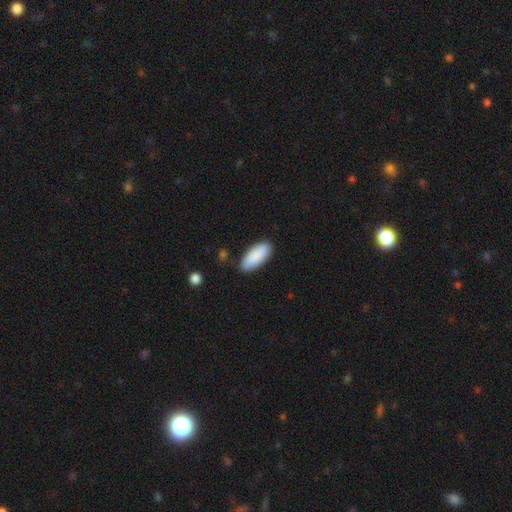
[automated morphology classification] The model was most divided on "how rounded": in between: 80%, cigar-shaped: 18%, round: 2%. More confident: smooth or featured — smooth (90%); merging — none (87%).